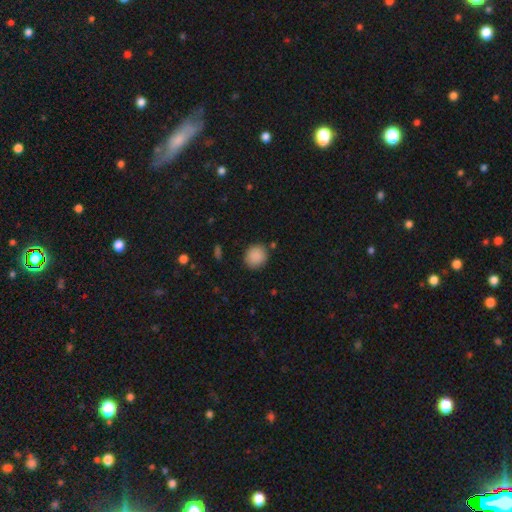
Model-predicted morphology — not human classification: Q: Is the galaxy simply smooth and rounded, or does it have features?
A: smooth — 89%.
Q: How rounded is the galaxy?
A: round — 85%.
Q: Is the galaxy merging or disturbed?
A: none — 84%.